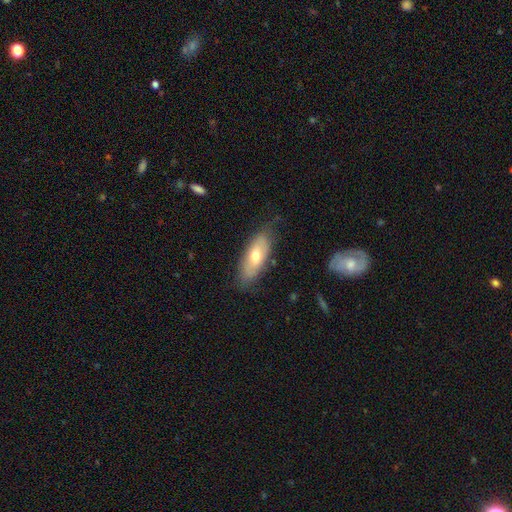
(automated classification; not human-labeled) Smooth or featured?
  - smooth: 60% *
  - featured or disk: 34%
  - star or artifact: 7%
How rounded?
  - in between: 77% *
  - cigar-shaped: 20%
  - round: 3%
Merging?
  - none: 75% *
  - minor disturbance: 19%
  - major disturbance: 4%
  - merger: 2%